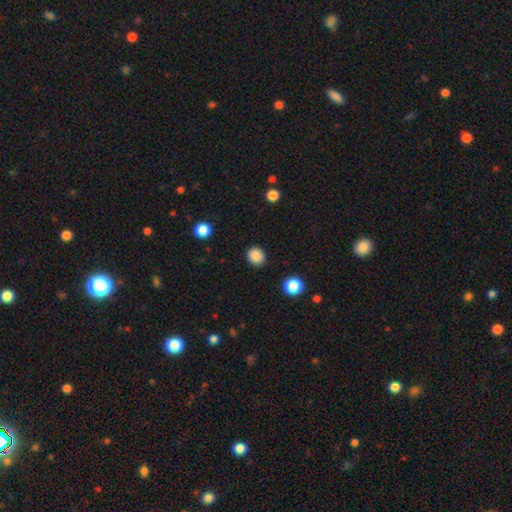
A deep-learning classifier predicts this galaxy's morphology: Smooth or featured? Predicted: smooth (p=0.87). How rounded? Predicted: round (p=0.85). Merging? Predicted: none (p=0.89).